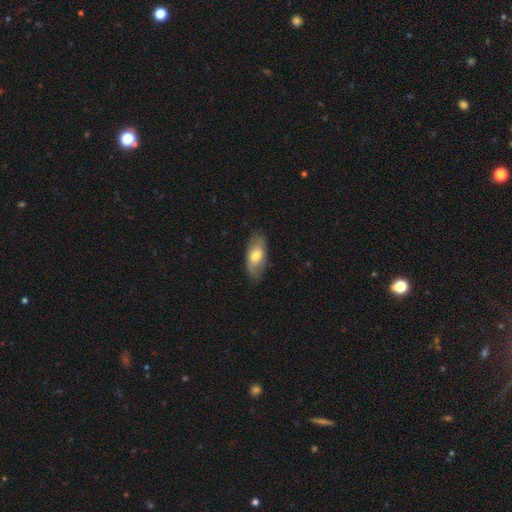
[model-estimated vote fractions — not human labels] Smooth or featured? smooth (66%)
How rounded? in between (89%)
Merging? none (76%)